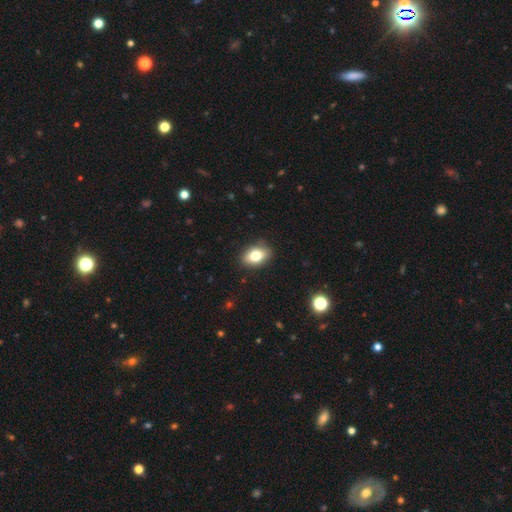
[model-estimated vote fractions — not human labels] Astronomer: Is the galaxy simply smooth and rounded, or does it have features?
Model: smooth — 78%.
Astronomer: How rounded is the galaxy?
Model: in between — 85%.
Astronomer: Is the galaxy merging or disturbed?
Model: none — 87%.